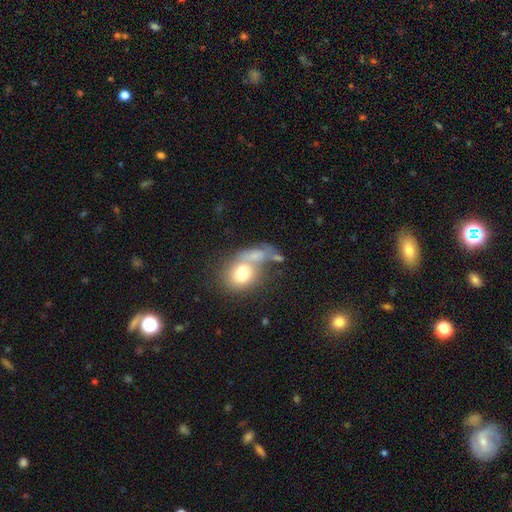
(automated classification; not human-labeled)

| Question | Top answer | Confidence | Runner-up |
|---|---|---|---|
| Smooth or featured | smooth | 68% | featured or disk (23%) |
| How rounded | in between | 57% | round (39%) |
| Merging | merger | 56% | none (21%) |